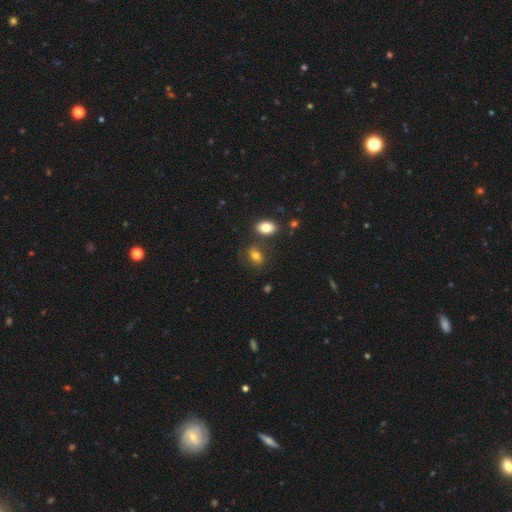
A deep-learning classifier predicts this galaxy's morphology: Smooth or featured? Predicted: smooth (p=0.75). How rounded? Predicted: in between (p=0.82). Merging? Predicted: none (p=0.69).